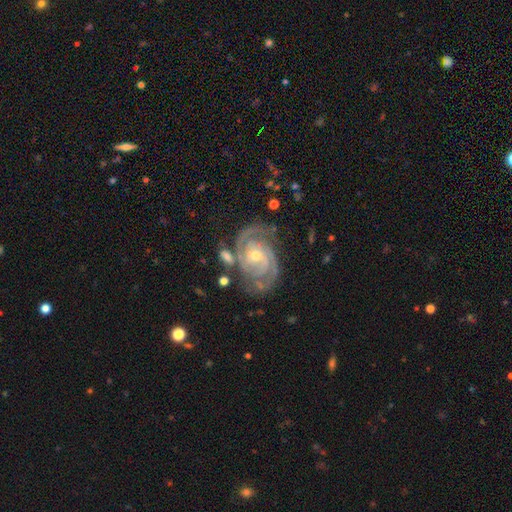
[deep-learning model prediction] A featured or disk galaxy (92%) with no bar (64%), 2 (64%) tight (70%) spiral arms (98%) and a small central bulge (52%).

Vote fractions:
- Smooth or featured? featured or disk: 92% / star or artifact: 5% / smooth: 3%
- Edge-on disk? no: 97% / yes: 3%
- Bar? no: 64% / weak: 27% / strong: 9%
- Spiral arms? yes: 98% / no: 2%
- Spiral winding? tight: 70% / medium: 26% / loose: 3%
- Spiral arm count? 2: 64% / 3: 19% / can't tell: 8% / 4: 4% / 1: 3% / more than 4: 3%
- Bulge size? small: 52% / moderate: 45% / large: 1% / none: 1% / dominant: 1%
- Merging? none: 69% / minor disturbance: 18% / major disturbance: 7% / merger: 7%